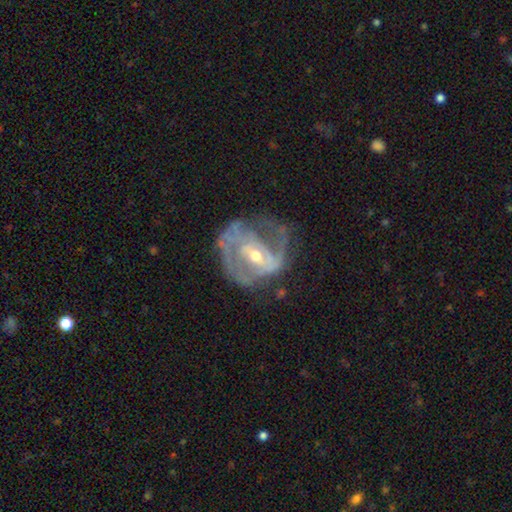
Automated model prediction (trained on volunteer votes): Smooth or featured? featured or disk (85%)
Edge-on disk? no (97%)
Bar? weak (42%)
Spiral arms? yes (87%)
Spiral winding? medium (43%)
Spiral arm count? 2 (48%)
Bulge size? moderate (49%)
Merging? none (45%)